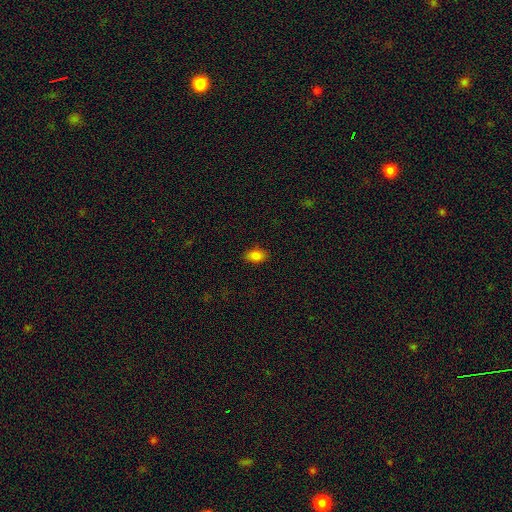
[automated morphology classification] Q: Smooth or featured?
A: smooth (84%); runner-up: star or artifact (11%)
Q: How rounded?
A: in between (87%); runner-up: round (12%)
Q: Merging?
A: none (87%); runner-up: minor disturbance (10%)